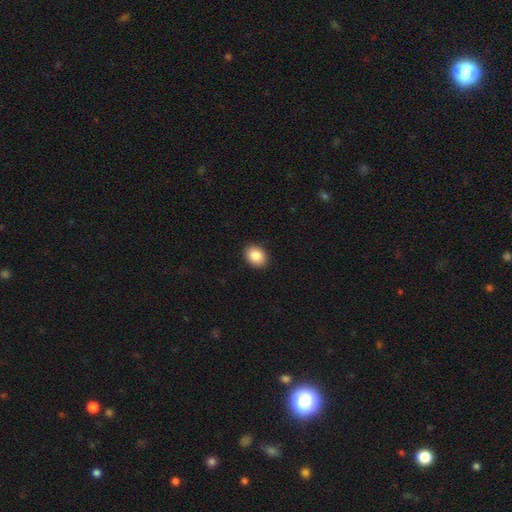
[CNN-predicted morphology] Smooth or featured? Predicted: smooth (p=0.87). How rounded? Predicted: in between (p=0.56). Merging? Predicted: none (p=0.91).